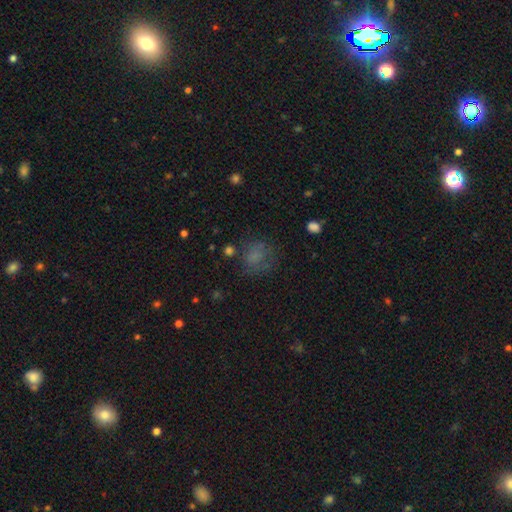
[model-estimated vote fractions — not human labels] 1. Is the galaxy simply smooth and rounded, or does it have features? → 65% smooth, 18% star or artifact, 17% featured or disk.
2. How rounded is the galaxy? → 68% round, 31% in between, 1% cigar-shaped.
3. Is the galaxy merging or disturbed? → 57% none, 21% minor disturbance, 19% major disturbance, 3% merger.